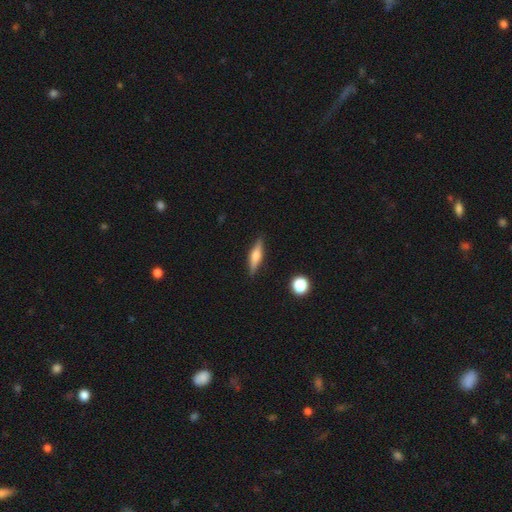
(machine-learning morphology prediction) This appears to be a featured or disk galaxy (47%). Merging: none (88%).